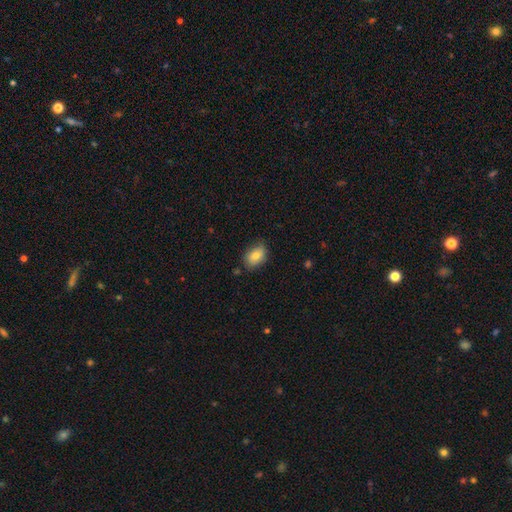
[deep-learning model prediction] Q: Smooth or featured?
A: smooth (80%); runner-up: featured or disk (12%)
Q: How rounded?
A: in between (84%); runner-up: round (14%)
Q: Merging?
A: none (76%); runner-up: minor disturbance (19%)